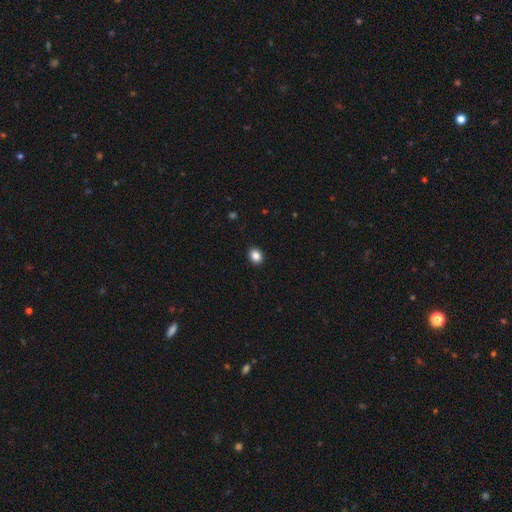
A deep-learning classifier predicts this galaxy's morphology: The model was most divided on "how rounded": round: 59%, in between: 41%, cigar-shaped: 1%. More confident: merging — none (92%); smooth or featured — smooth (86%).